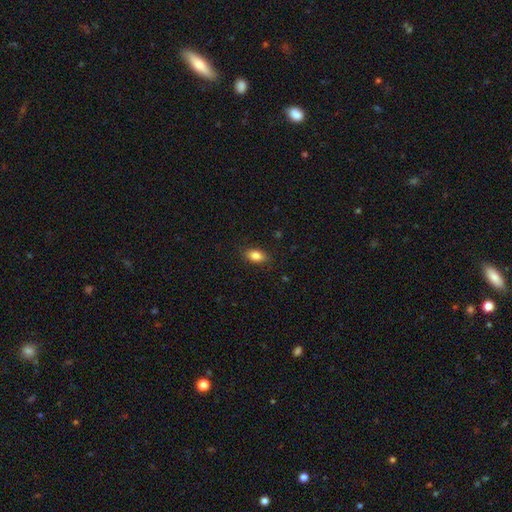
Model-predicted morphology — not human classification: smooth_or_featured: smooth (p=0.85) [alt: star or artifact p=0.08]
how_rounded: in between (p=0.87) [alt: round p=0.09]
merging: none (p=0.87) [alt: minor disturbance p=0.10]